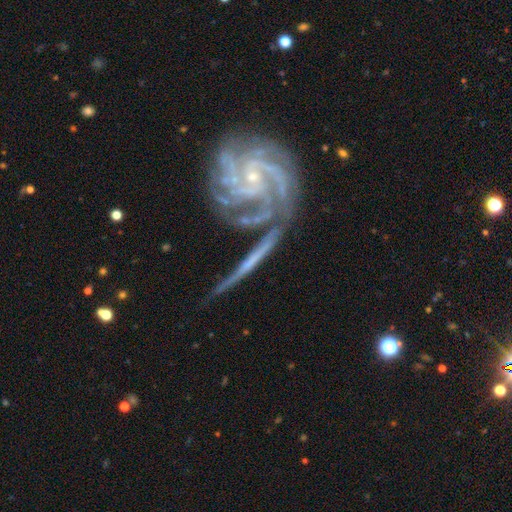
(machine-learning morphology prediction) The model was most divided on "spiral arm count": 4: 26%, 3: 23%, can't tell: 16%, more than 4: 14%, 2: 13%, 1: 8%. More confident: spiral arms — yes (97%); edge-on disk — no (91%); smooth or featured — featured or disk (86%); bulge size — small (84%); spiral winding — tight (67%); bar — no (57%); merging — none (55%).